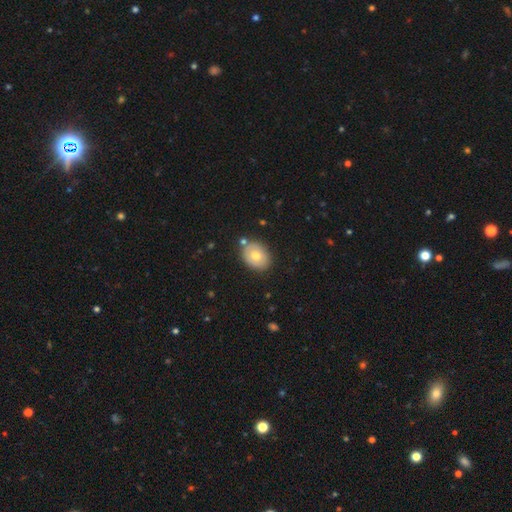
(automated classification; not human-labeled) smooth_or_featured: smooth (p=0.68) [alt: featured or disk p=0.24]
how_rounded: in between (p=0.67) [alt: round p=0.32]
merging: none (p=0.80) [alt: minor disturbance p=0.12]